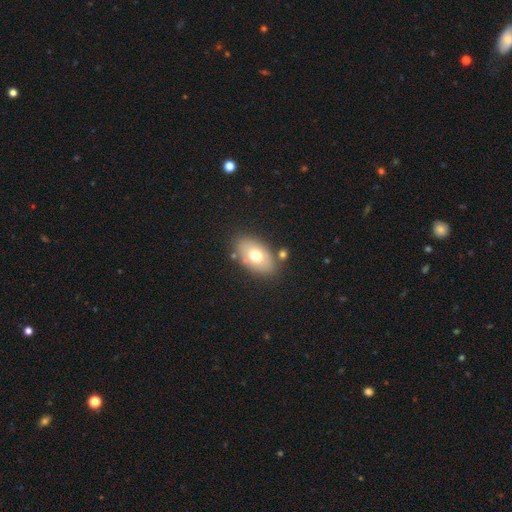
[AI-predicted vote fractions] Smooth or featured? Predicted: smooth (p=0.66). How rounded? Predicted: in between (p=0.90). Merging? Predicted: none (p=0.76).